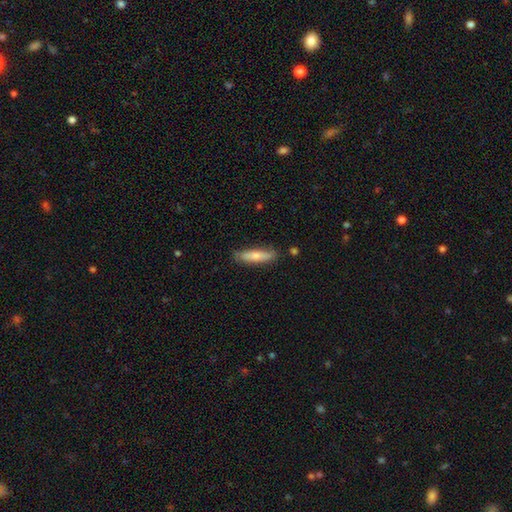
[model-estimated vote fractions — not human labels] Smooth or featured? Predicted: smooth (p=0.70). How rounded? Predicted: cigar-shaped (p=0.75). Merging? Predicted: none (p=0.79).